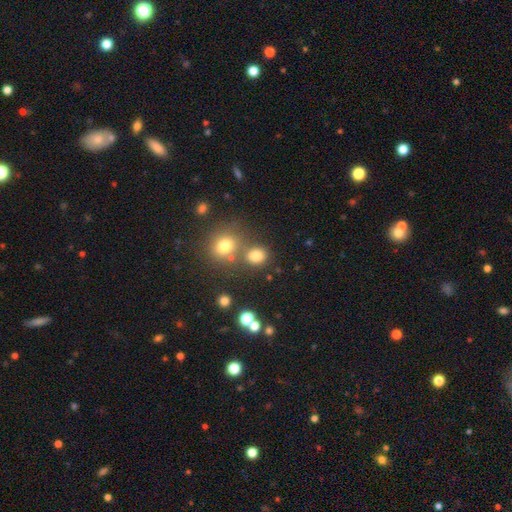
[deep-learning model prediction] Smooth or featured?
  - smooth: 78% *
  - star or artifact: 15%
  - featured or disk: 7%
How rounded?
  - round: 67% *
  - in between: 32%
  - cigar-shaped: 1%
Merging?
  - none: 65% *
  - merger: 21%
  - minor disturbance: 10%
  - major disturbance: 4%